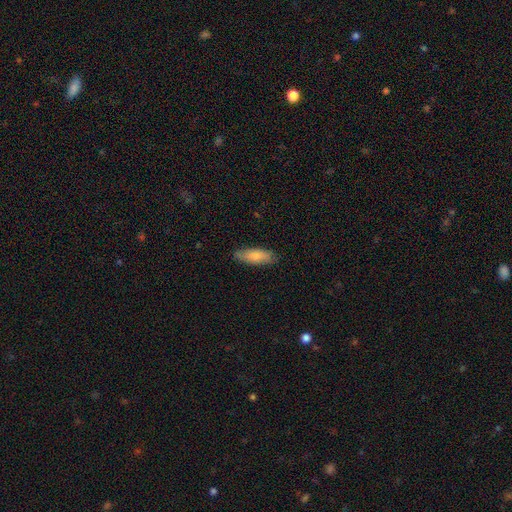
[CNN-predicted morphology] Overall: smooth (79%). How rounded: in between (59%; cigar-shaped 39%). Merging: none (83%).